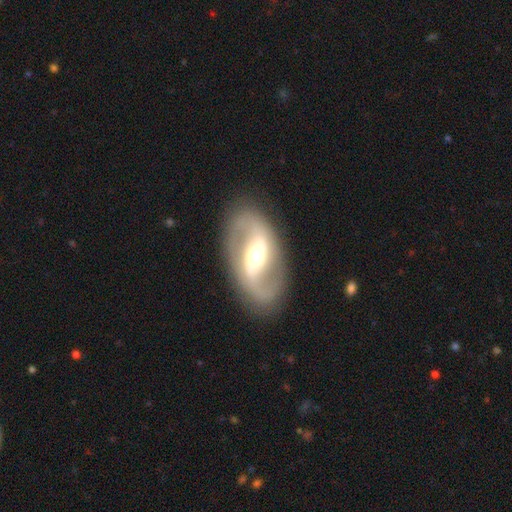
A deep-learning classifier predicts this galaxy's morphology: The model was most divided on "bar": strong: 43%, weak: 39%, no: 19%. Remaining: edge-on disk — no (96%); spiral arm count — 2 (92%); spiral arms — yes (90%); merging — none (86%); smooth or featured — featured or disk (86%); bulge size — moderate (62%); spiral winding — medium (44%).